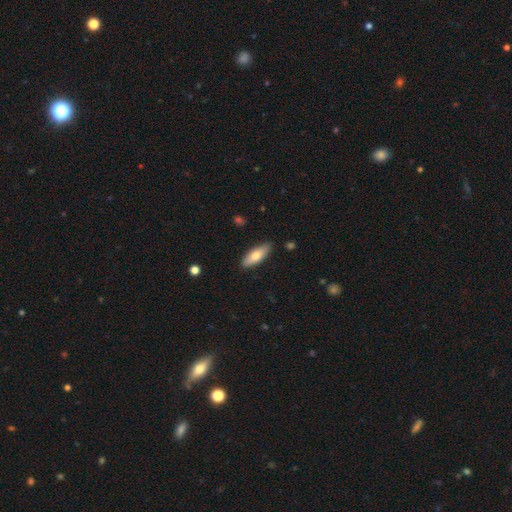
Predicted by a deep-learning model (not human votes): The model was most divided on "how rounded": in between: 65%, cigar-shaped: 33%, round: 2%. More confident: merging — none (86%); smooth or featured — smooth (73%).